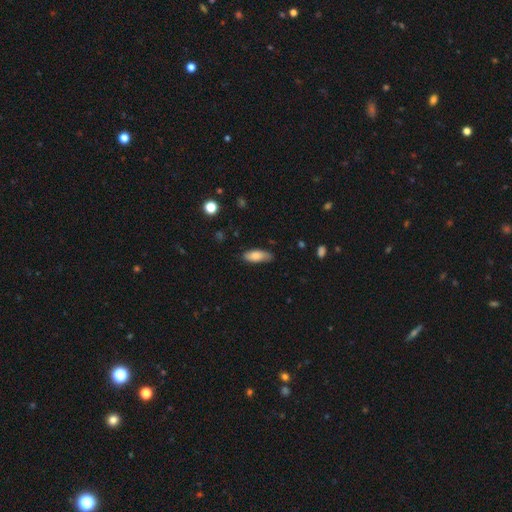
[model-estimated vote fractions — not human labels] Smooth or featured?
  - smooth: 80% *
  - featured or disk: 13%
  - star or artifact: 7%
How rounded?
  - in between: 75% *
  - cigar-shaped: 23%
  - round: 2%
Merging?
  - none: 76% *
  - minor disturbance: 19%
  - major disturbance: 3%
  - merger: 1%